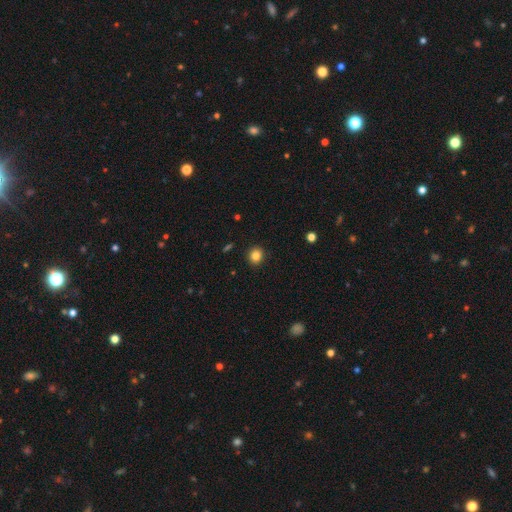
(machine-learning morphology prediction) This is clearly a smooth galaxy (85%). How rounded: clearly round (81%). Merging: clearly none (92%).